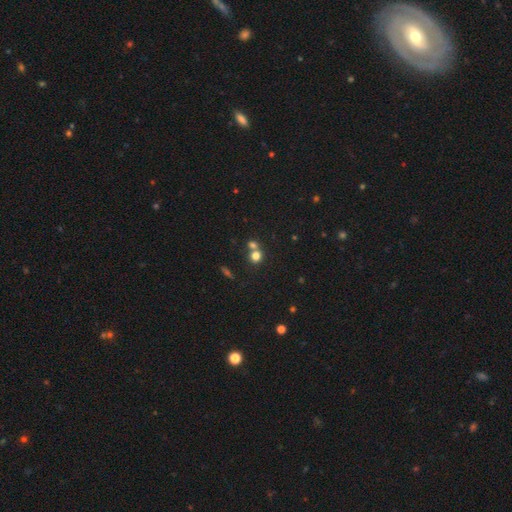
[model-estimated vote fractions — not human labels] The model was most divided on "merging": none: 49%, merger: 42%, minor disturbance: 7%, major disturbance: 3%. More confident: how rounded — round (84%); smooth or featured — smooth (74%).